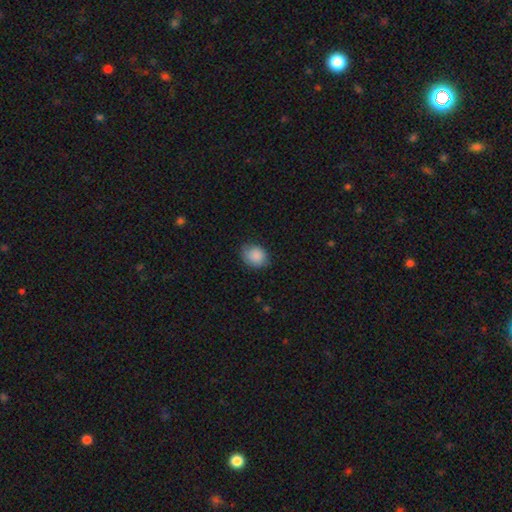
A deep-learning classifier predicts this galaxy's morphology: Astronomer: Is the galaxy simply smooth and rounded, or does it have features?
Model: smooth — 88%.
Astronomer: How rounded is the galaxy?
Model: round — 54% (runner-up: in between, 45%).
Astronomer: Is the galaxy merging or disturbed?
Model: none — 76%.